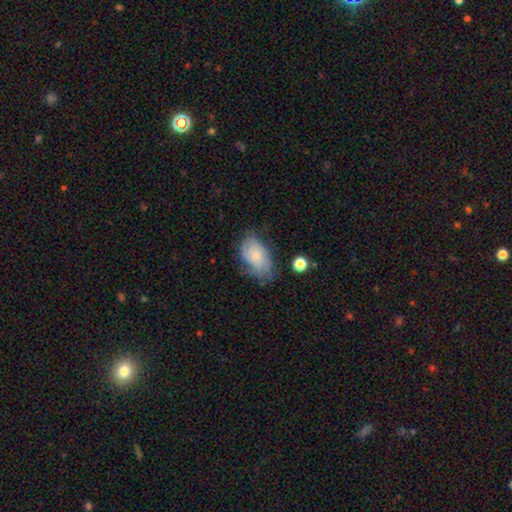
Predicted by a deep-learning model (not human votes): smooth_or_featured: smooth (p=0.53) [alt: featured or disk p=0.39]
how_rounded: in between (p=0.90) [alt: round p=0.08]
merging: none (p=0.55) [alt: minor disturbance p=0.31]